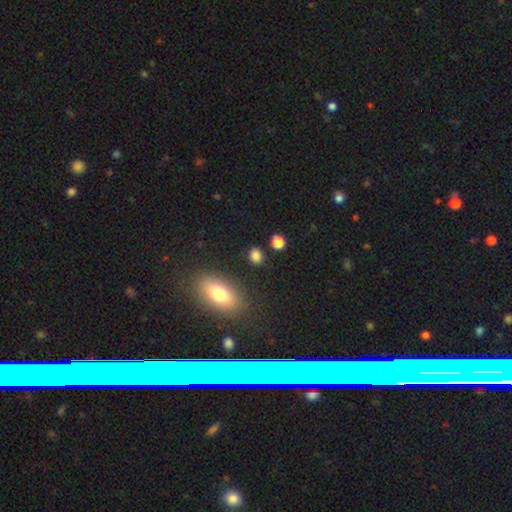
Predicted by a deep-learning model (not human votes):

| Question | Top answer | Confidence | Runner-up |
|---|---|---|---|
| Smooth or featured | smooth | 82% | star or artifact (13%) |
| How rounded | round | 59% | in between (39%) |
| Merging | none | 82% | minor disturbance (10%) |